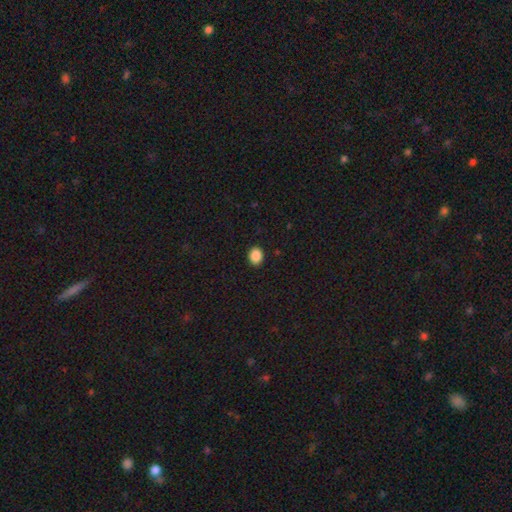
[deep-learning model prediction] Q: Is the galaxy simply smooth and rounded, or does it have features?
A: smooth — 89%.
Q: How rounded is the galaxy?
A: round — 53%.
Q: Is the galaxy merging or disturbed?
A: none — 91%.